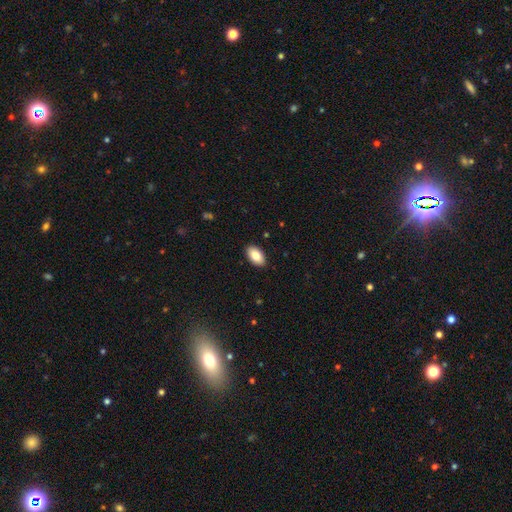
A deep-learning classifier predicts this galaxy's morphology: This is clearly a smooth galaxy (85%). How rounded: clearly in between (95%). Merging: clearly none (90%).